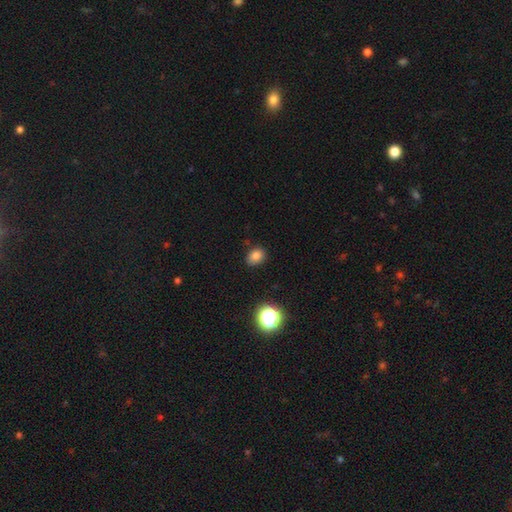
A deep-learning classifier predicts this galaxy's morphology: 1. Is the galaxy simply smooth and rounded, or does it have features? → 81% smooth, 14% star or artifact, 5% featured or disk.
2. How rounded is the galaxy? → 56% in between, 43% round, 1% cigar-shaped.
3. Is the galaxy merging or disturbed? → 84% none, 12% minor disturbance, 3% major disturbance, 2% merger.